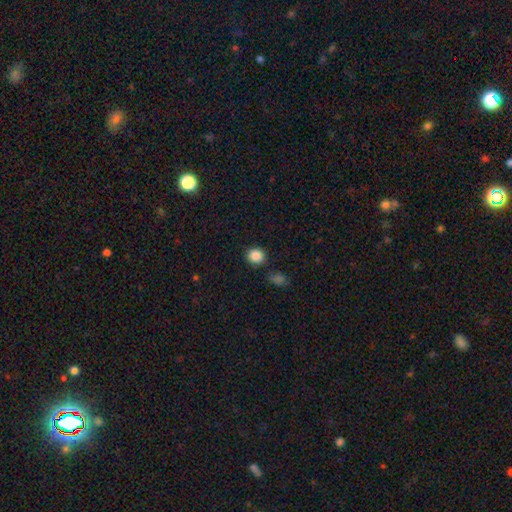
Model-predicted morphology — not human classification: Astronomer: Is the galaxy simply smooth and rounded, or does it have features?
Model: smooth — 86%.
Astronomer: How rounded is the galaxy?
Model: round — 82%.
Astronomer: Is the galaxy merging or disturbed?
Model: none — 85%.